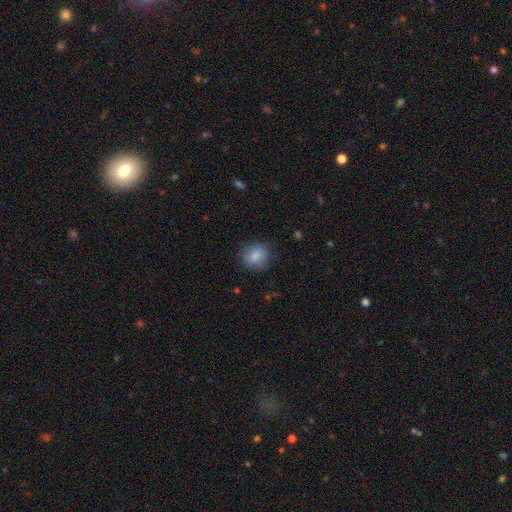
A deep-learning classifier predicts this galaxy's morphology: smooth_or_featured: smooth (p=0.86) [alt: star or artifact p=0.08]
how_rounded: round (p=0.76) [alt: in between p=0.23]
merging: none (p=0.80) [alt: minor disturbance p=0.15]